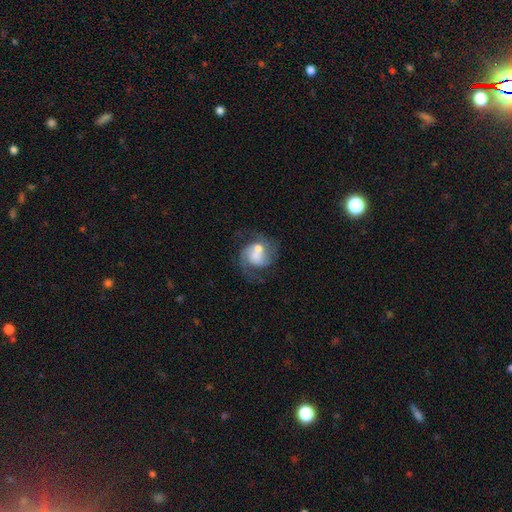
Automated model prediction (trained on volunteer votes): A featured or disk galaxy (66%) with no bar (65%), 2 (74%) medium (46%) spiral arms (86%) and a moderate central bulge (43%). Merging: none (37%).